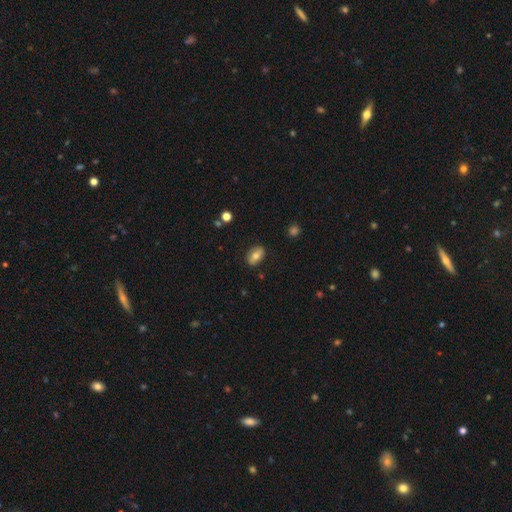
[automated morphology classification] Smooth or featured? smooth (64%)
How rounded? in between (83%)
Merging? none (84%)